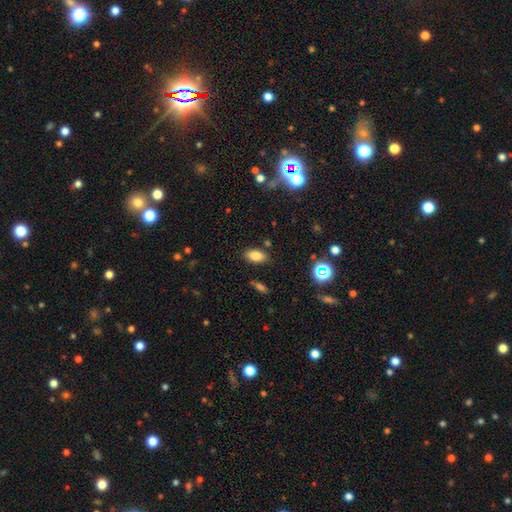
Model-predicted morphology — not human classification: Smooth or featured?
  - smooth: 80% *
  - star or artifact: 11%
  - featured or disk: 9%
How rounded?
  - in between: 89% *
  - round: 6%
  - cigar-shaped: 4%
Merging?
  - none: 84% *
  - minor disturbance: 10%
  - merger: 3%
  - major disturbance: 3%